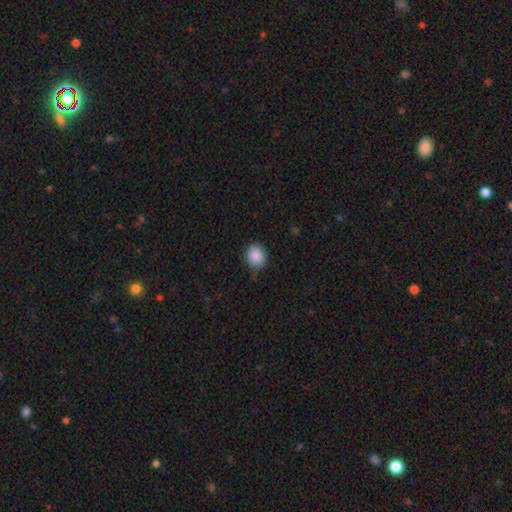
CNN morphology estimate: The model was most divided on "how rounded": round: 70%, in between: 29%, cigar-shaped: 1%. More confident: smooth or featured — smooth (88%); merging — none (79%).